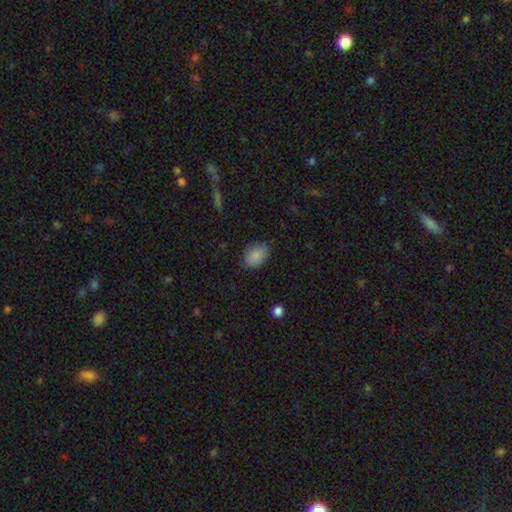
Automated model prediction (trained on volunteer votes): Smooth or featured? smooth (87%)
How rounded? in between (78%)
Merging? none (81%)